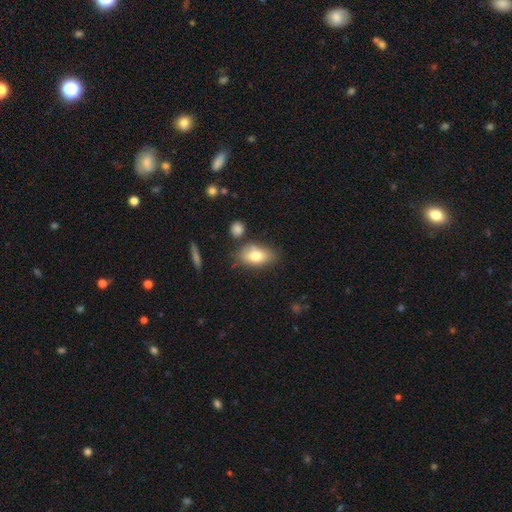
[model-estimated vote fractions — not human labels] A smooth galaxy with no disk features (77%) that is in between round and cigar-shaped (89%).

Vote fractions:
- Smooth or featured? smooth: 77% / featured or disk: 16% / star or artifact: 7%
- How rounded? in between: 89% / round: 7% / cigar-shaped: 4%
- Merging? none: 66% / minor disturbance: 20% / merger: 8% / major disturbance: 5%